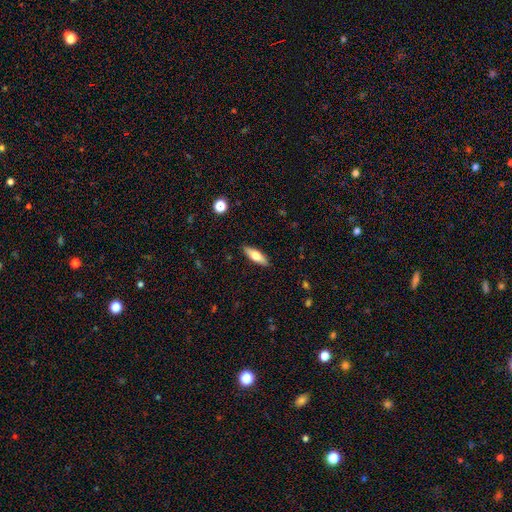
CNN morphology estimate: Smooth or featured?
  - smooth: 65% *
  - featured or disk: 29%
  - star or artifact: 6%
How rounded?
  - in between: 52% *
  - cigar-shaped: 46%
  - round: 2%
Merging?
  - none: 89% *
  - minor disturbance: 8%
  - major disturbance: 2%
  - merger: 1%